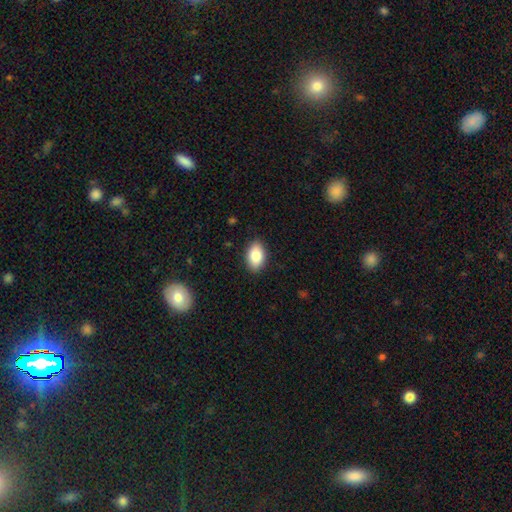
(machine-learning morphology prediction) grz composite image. It shows a smooth galaxy with no disk features (85%) that is in between round and cigar-shaped (91%). Merging: none (88%).